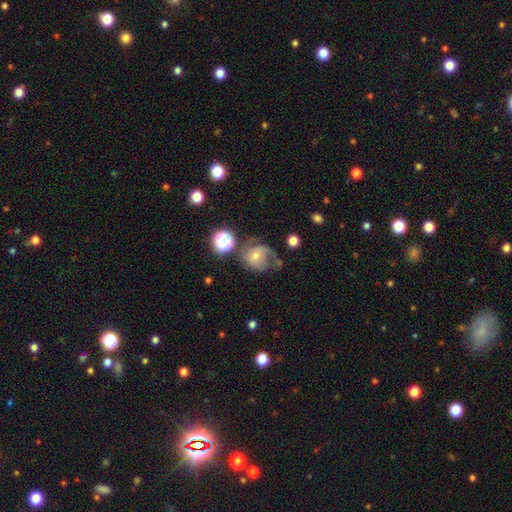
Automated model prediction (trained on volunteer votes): Smooth or featured? Predicted: featured or disk (p=0.67). Edge-on disk? Predicted: no (p=0.97). Bar? Predicted: no (p=0.72). Spiral arms? Predicted: yes (p=0.89). Spiral winding? Predicted: medium (p=0.42). Spiral arm count? Predicted: 2 (p=0.37). Bulge size? Predicted: small (p=0.57). Merging? Predicted: none (p=0.46).